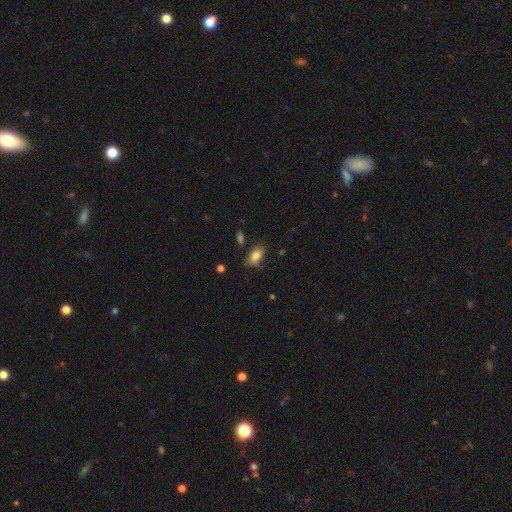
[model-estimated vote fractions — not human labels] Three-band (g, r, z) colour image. It shows a smooth galaxy with no disk features (82%) that is in between round and cigar-shaped (89%). Merging: none (71%).